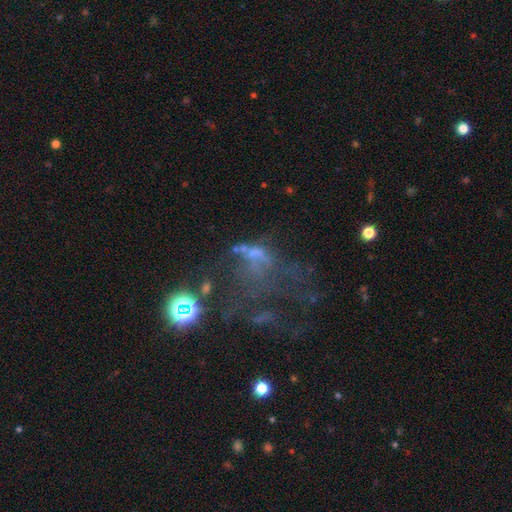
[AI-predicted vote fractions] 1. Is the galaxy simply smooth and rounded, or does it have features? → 38% featured or disk, 36% star or artifact, 26% smooth.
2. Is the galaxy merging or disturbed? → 43% major disturbance, 25% none, 20% merger, 12% minor disturbance.